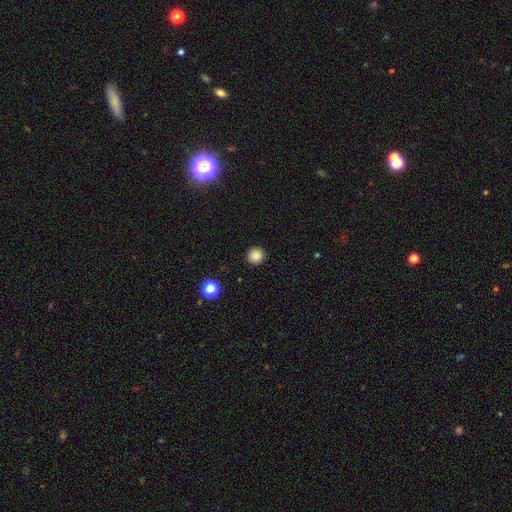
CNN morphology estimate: type=smooth (86%); roundness=round (92%); merging=none (92%).